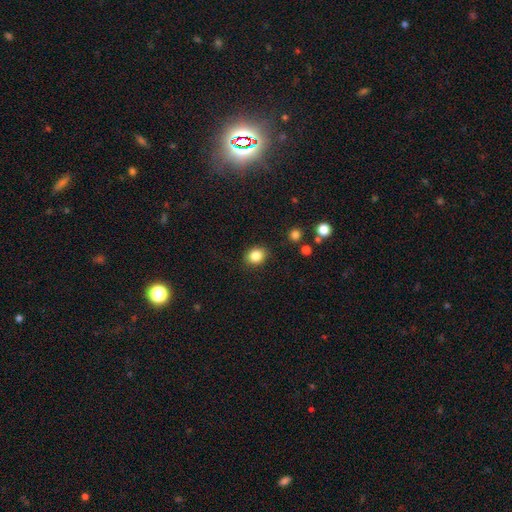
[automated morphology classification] smooth_or_featured: smooth (p=0.85) [alt: star or artifact p=0.10]
how_rounded: round (p=0.58) [alt: in between p=0.41]
merging: none (p=0.86) [alt: minor disturbance p=0.10]